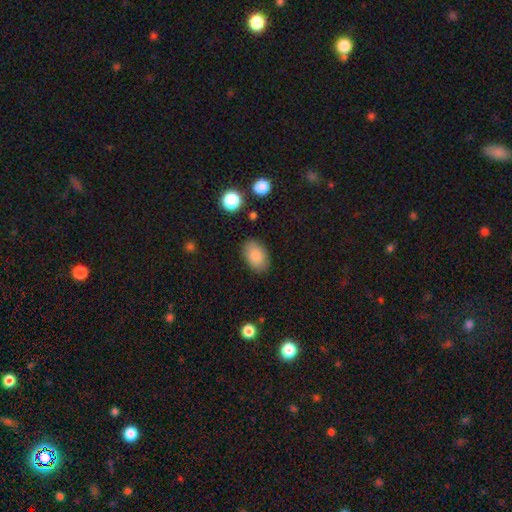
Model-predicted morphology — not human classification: smooth-or-featured: smooth: 85% | featured or disk: 8% | star or artifact: 8%
  how-rounded: in between: 89% | round: 10% | cigar-shaped: 1%
  merging: none: 85% | minor disturbance: 11% | major disturbance: 3% | merger: 2%